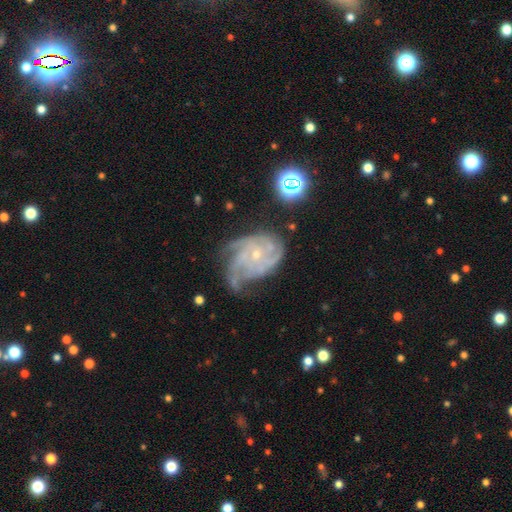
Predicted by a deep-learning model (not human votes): Morphology: type=featured or disk (84%); edge-on=no (98%); bar=no (78%); spiral arms=yes (95%); winding=tight (52%); arm count=4 (32%); bulge=small (79%); merging=none (47%).